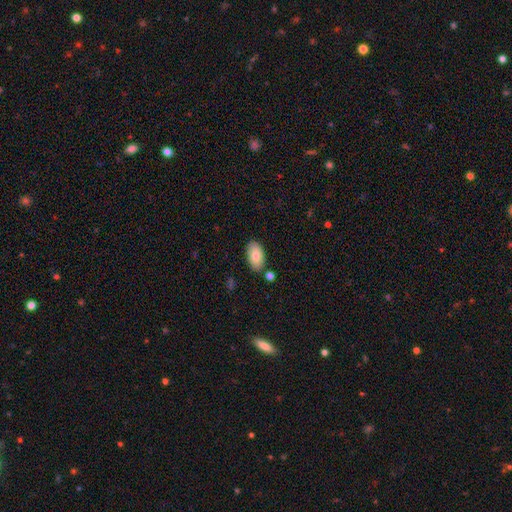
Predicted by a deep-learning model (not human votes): This appears to be a smooth galaxy with no disk features (85%) that is in between round and cigar-shaped (95%). Merging: none (83%).